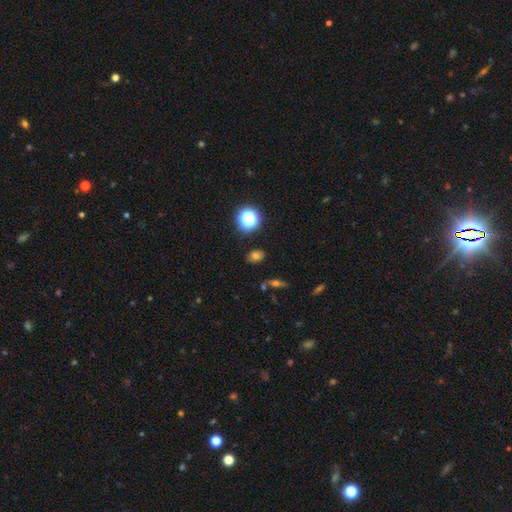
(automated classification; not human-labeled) This appears to be a smooth galaxy with no disk features (72%) that is in between round and cigar-shaped (57%). Merging: none (85%).